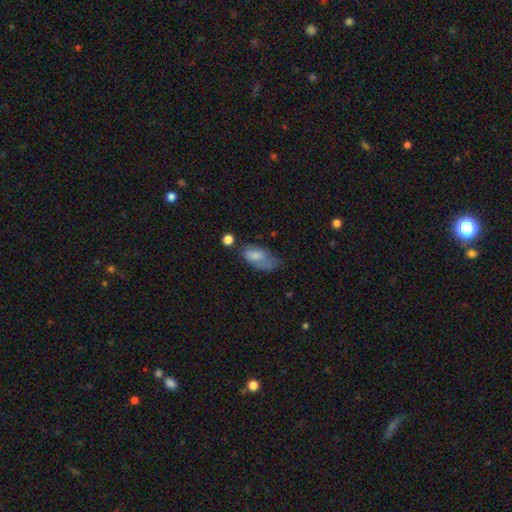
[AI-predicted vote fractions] This is likely a smooth galaxy (71%). How rounded: clearly in between (90%). Merging: marginally minor disturbance (34%).